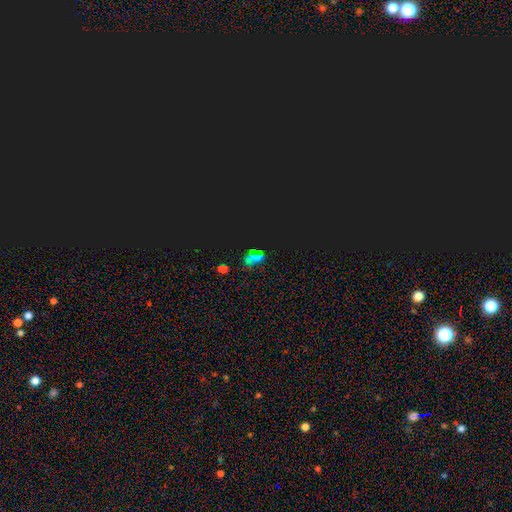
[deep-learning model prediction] Smooth or featured?
  - star or artifact: 69% *
  - smooth: 22%
  - featured or disk: 9%